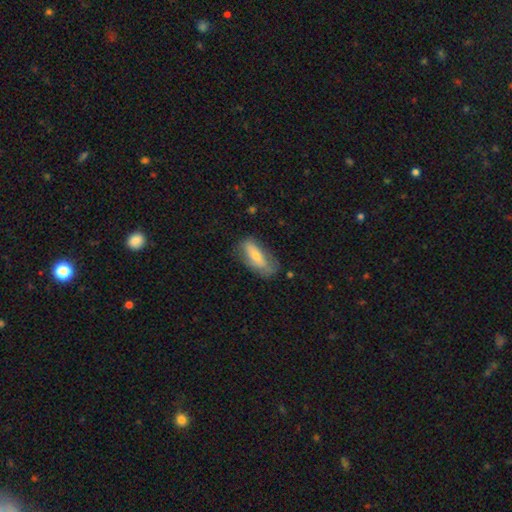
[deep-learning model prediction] smooth-or-featured: smooth: 64% | featured or disk: 29% | star or artifact: 7%
  how-rounded: in between: 73% | cigar-shaped: 24% | round: 3%
  merging: none: 57% | minor disturbance: 28% | major disturbance: 13% | merger: 2%